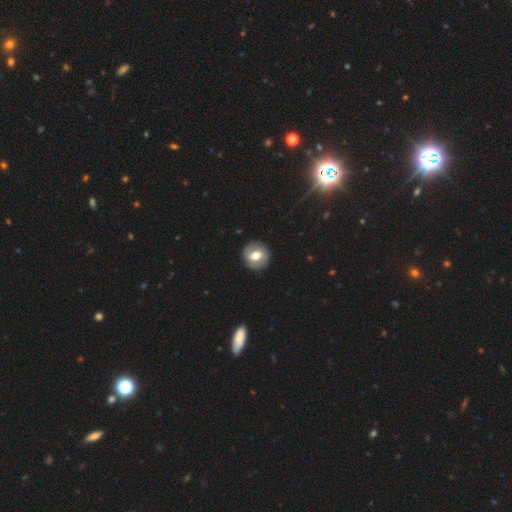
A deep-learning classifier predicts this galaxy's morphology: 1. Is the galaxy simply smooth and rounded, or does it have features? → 51% featured or disk, 43% smooth, 7% star or artifact.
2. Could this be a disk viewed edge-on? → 96% no, 4% yes.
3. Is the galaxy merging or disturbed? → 88% none, 8% minor disturbance, 3% major disturbance, 1% merger.